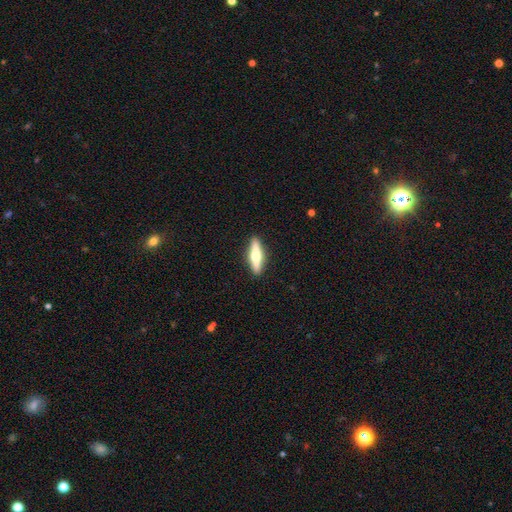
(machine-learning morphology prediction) Smooth or featured: featured or disk — 52% (smooth — 43%)
Edge-on disk: yes — 95% (no — 5%)
Merging: none — 91% (minor disturbance — 6%)